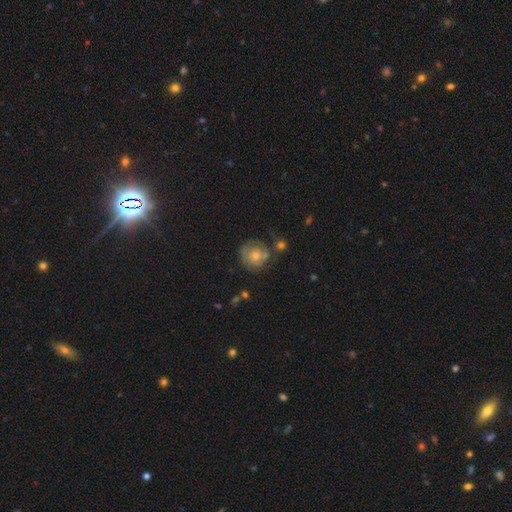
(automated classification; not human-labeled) Morphology: type=featured or disk (50%); merging=none (58%).